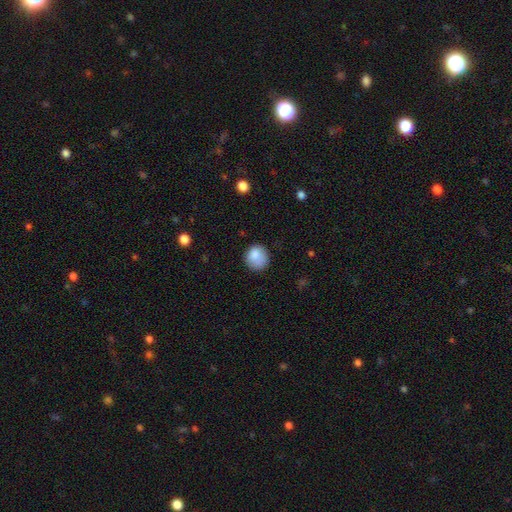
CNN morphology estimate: The model was most divided on "merging": none: 71%, minor disturbance: 21%, major disturbance: 6%, merger: 2%. More confident: smooth or featured — smooth (85%); how rounded — round (81%).